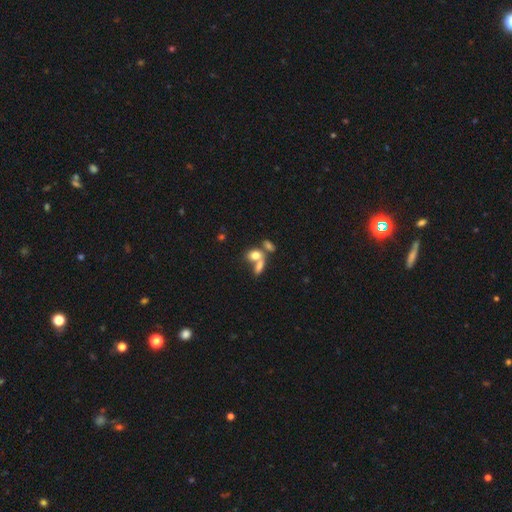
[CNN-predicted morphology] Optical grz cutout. It shows a smooth galaxy with no disk features (72%) that is in between round and cigar-shaped (72%). Merging: merger (56%).